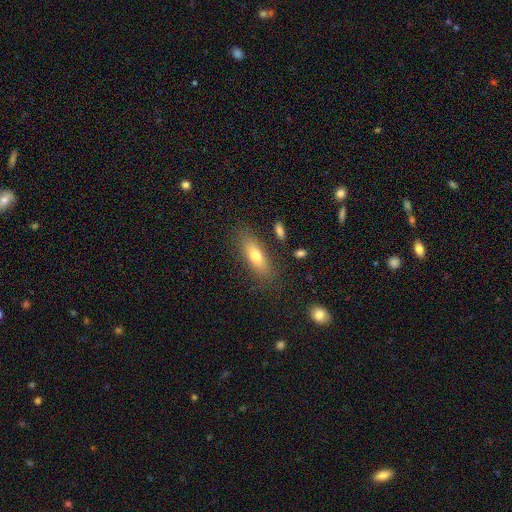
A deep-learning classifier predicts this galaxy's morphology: smooth 71%, featured or disk 21%, star or artifact 8%. Down the decision tree: how rounded — in between (64%); merging — none (80%).